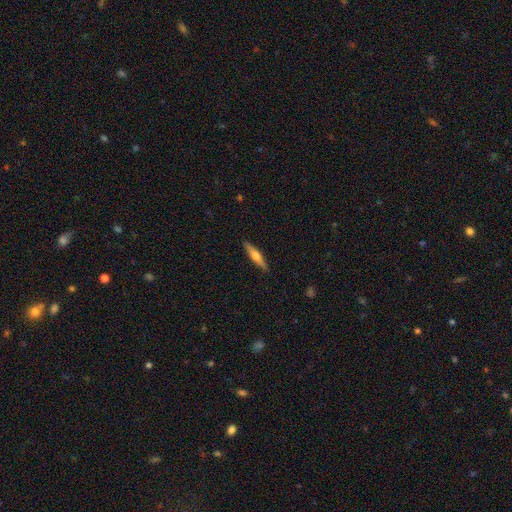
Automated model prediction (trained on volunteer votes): Smooth or featured: featured or disk — 51% (smooth — 44%)
Edge-on disk: yes — 96% (no — 4%)
Merging: none — 91% (minor disturbance — 7%)